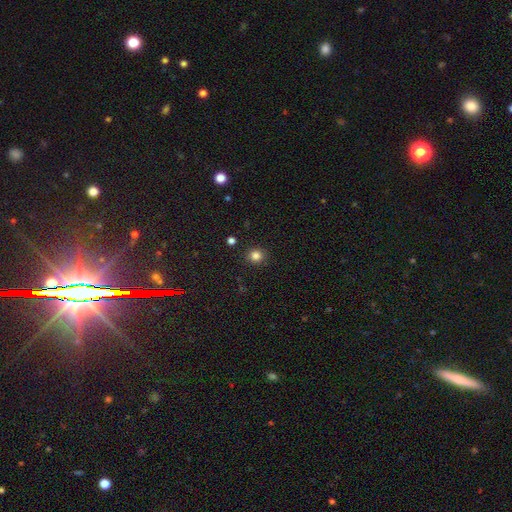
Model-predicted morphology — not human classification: type=smooth (83%); roundness=round (89%); merging=none (91%).